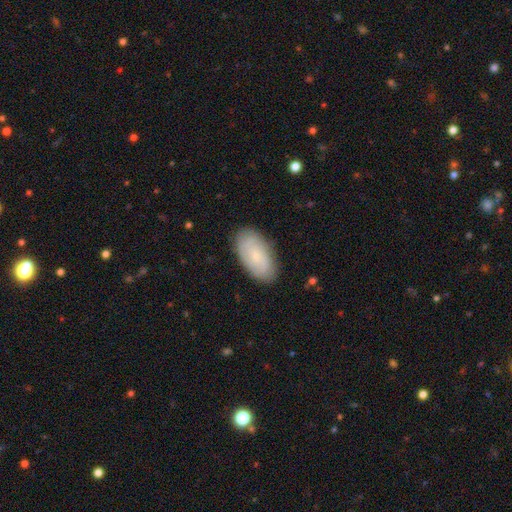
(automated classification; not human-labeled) smooth_or_featured: smooth (p=0.48) [alt: featured or disk p=0.44]
merging: none (p=0.84) [alt: minor disturbance p=0.12]